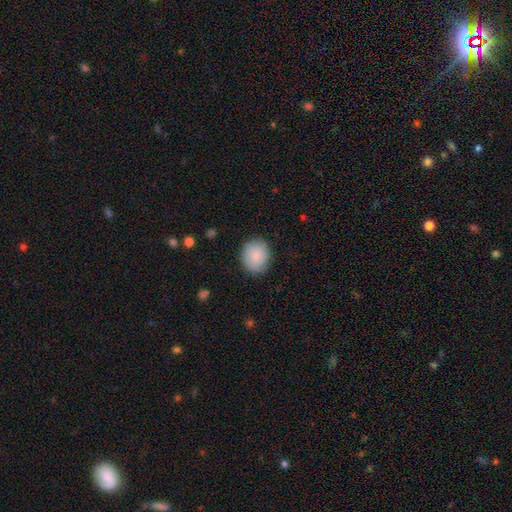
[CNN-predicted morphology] Overall: smooth (86%). How rounded: round (69%; in between 30%). Merging: none (85%).